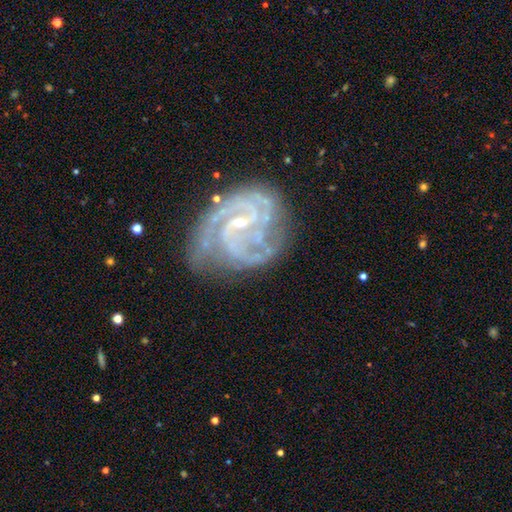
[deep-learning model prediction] This appears to be a featured or disk galaxy (91%) with a weak bar (50%), 2 (37%) tight (52%) spiral arms (98%) and a small central bulge (77%). Merging: none (62%).